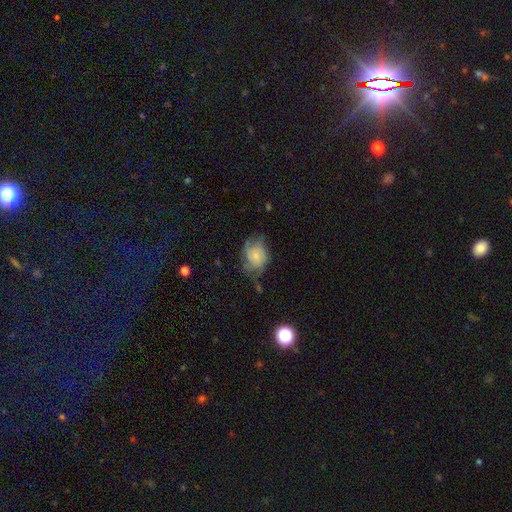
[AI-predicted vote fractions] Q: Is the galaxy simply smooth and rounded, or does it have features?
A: smooth — 53%.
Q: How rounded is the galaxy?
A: in between — 56%.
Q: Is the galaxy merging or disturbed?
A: none — 42%.